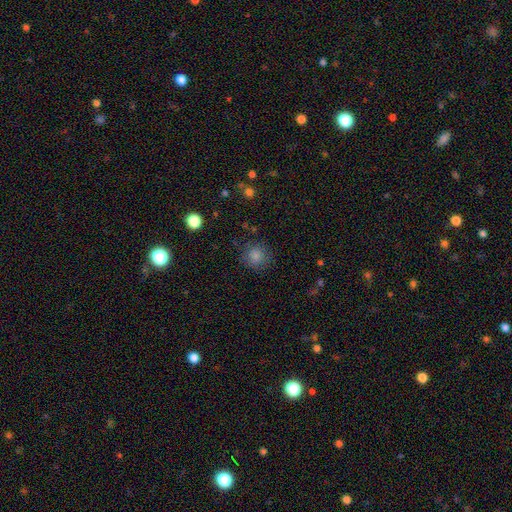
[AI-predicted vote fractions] Smooth or featured: smooth — 83% (star or artifact — 11%)
How rounded: round — 91% (in between — 8%)
Merging: none — 84% (minor disturbance — 10%)